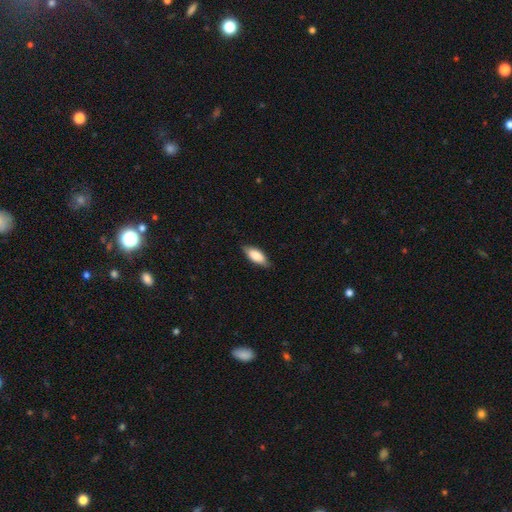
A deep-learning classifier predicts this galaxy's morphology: Overall: smooth (79%). How rounded: in between (82%). Merging: none (81%).